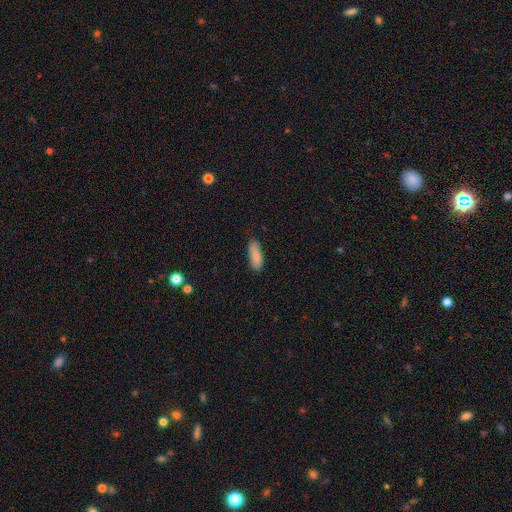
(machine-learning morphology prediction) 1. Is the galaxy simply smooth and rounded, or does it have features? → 87% smooth, 6% star or artifact, 6% featured or disk.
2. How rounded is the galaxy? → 64% in between, 34% cigar-shaped, 2% round.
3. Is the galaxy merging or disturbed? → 81% none, 15% minor disturbance, 3% major disturbance, 1% merger.